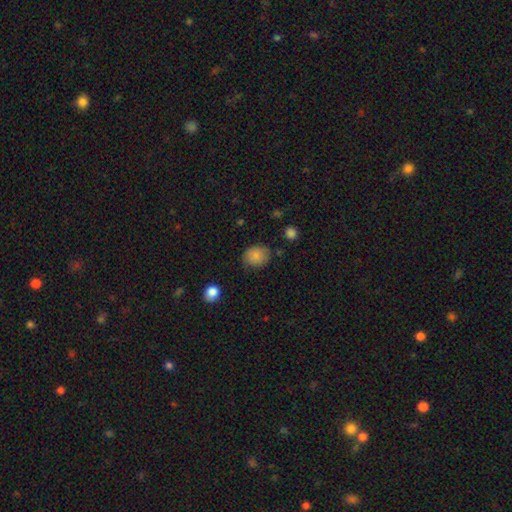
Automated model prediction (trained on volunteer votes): Morphology: type=smooth (85%); roundness=round (58%); merging=none (76%).